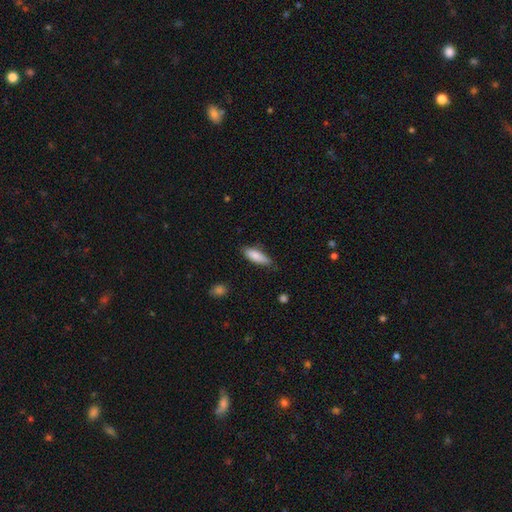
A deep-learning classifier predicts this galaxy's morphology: This appears to be a smooth galaxy with no disk features (84%) that is in between round and cigar-shaped (62%). Merging: none (75%).